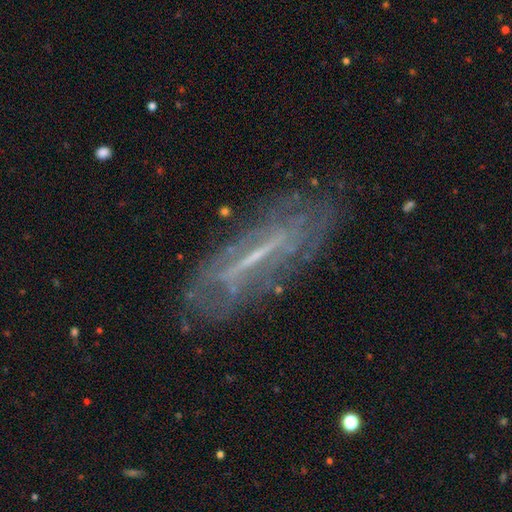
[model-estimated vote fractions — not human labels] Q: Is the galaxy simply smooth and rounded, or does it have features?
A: featured or disk — 72%.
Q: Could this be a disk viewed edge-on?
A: no — 63%.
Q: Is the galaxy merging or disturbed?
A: none — 73%.